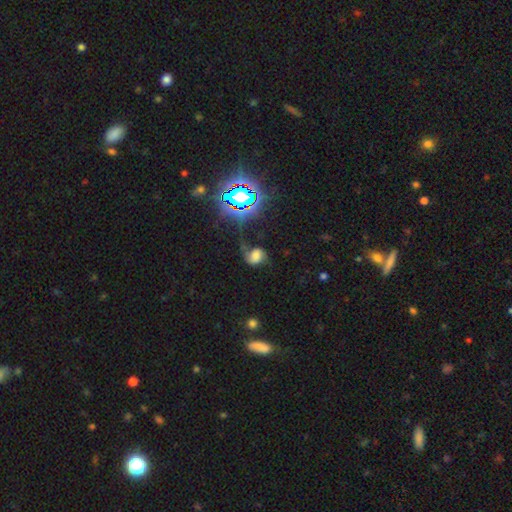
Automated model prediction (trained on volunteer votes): smooth_or_featured: smooth (p=0.41) [alt: featured or disk p=0.38]
merging: none (p=0.44) [alt: minor disturbance p=0.25]